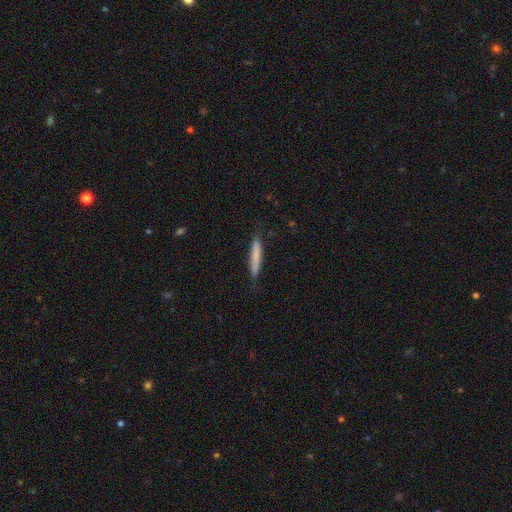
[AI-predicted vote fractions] A smooth galaxy with no disk features (75%) that is cigar-shaped (93%). Merging: none (81%).